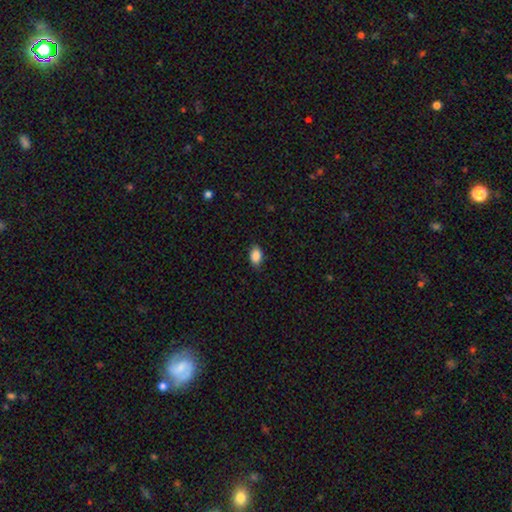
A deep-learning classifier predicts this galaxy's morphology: Smooth or featured?
  - smooth: 88% *
  - star or artifact: 8%
  - featured or disk: 4%
How rounded?
  - in between: 88% *
  - round: 10%
  - cigar-shaped: 2%
Merging?
  - none: 86% *
  - minor disturbance: 11%
  - major disturbance: 2%
  - merger: 1%